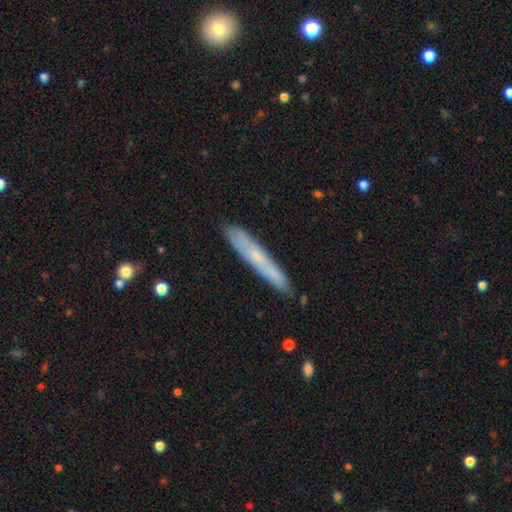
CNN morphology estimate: smooth 54%, featured or disk 39%, star or artifact 7%. Down the decision tree: how rounded — cigar-shaped (95%); merging — none (84%).